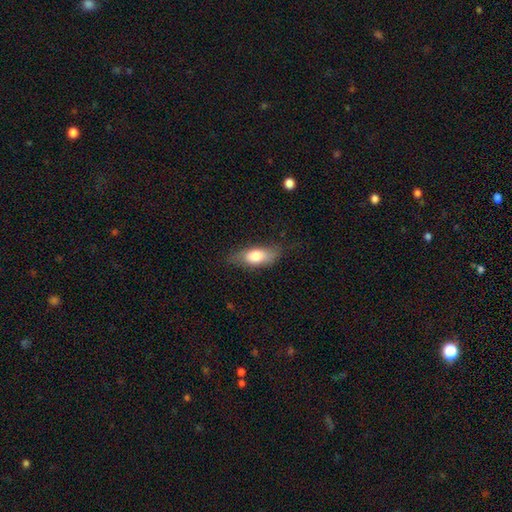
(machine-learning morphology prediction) Smooth or featured?
  - smooth: 73% *
  - featured or disk: 21%
  - star or artifact: 6%
How rounded?
  - in between: 77% *
  - cigar-shaped: 19%
  - round: 4%
Merging?
  - none: 69% *
  - minor disturbance: 23%
  - major disturbance: 7%
  - merger: 1%